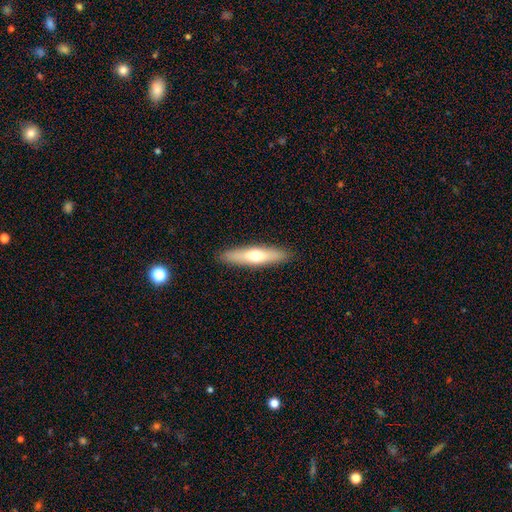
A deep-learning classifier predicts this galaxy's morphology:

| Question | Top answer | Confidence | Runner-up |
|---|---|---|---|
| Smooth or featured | smooth | 54% | featured or disk (40%) |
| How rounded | cigar-shaped | 78% | in between (20%) |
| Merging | none | 90% | minor disturbance (7%) |